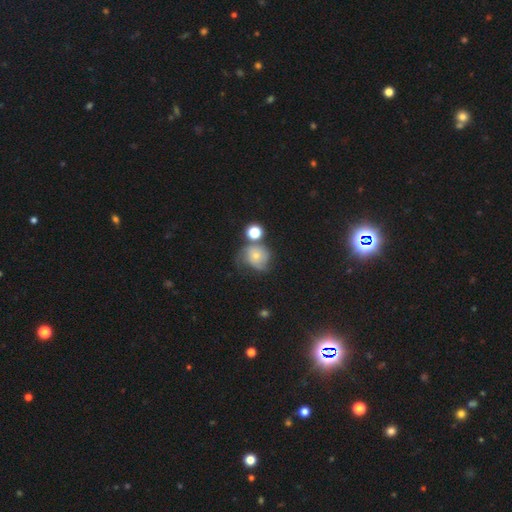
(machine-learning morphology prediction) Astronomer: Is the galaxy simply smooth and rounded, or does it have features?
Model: smooth — 47% (runner-up: featured or disk, 41%).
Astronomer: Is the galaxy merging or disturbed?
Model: none — 38% (runner-up: minor disturbance, 25%).